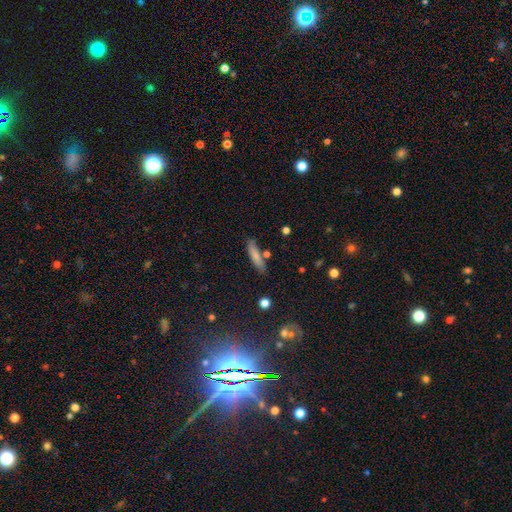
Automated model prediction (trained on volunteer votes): Smooth or featured? smooth (77%)
How rounded? cigar-shaped (79%)
Merging? none (79%)